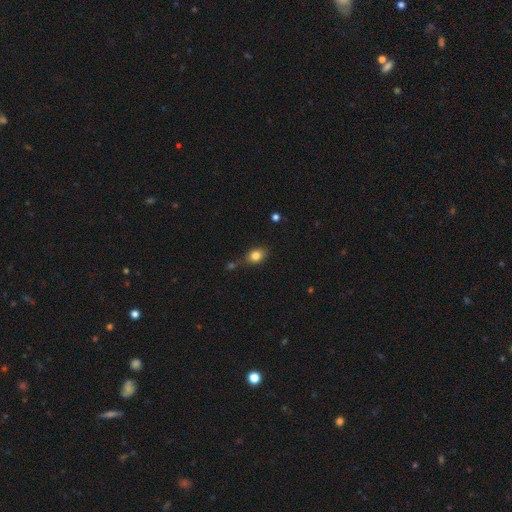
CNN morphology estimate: Smooth or featured: smooth — 82% (star or artifact — 10%)
How rounded: in between — 61% (round — 38%)
Merging: none — 66% (minor disturbance — 18%)